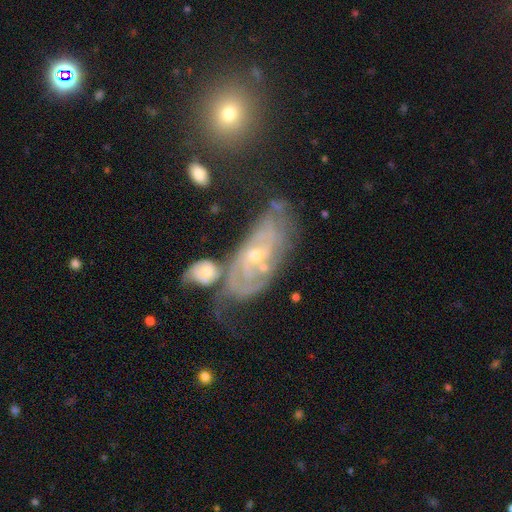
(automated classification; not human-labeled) This appears to be a featured or disk galaxy (83%) with no bar (65%), tight (68%) spiral arms (91%) and a small central bulge (63%). Merging: none (45%).